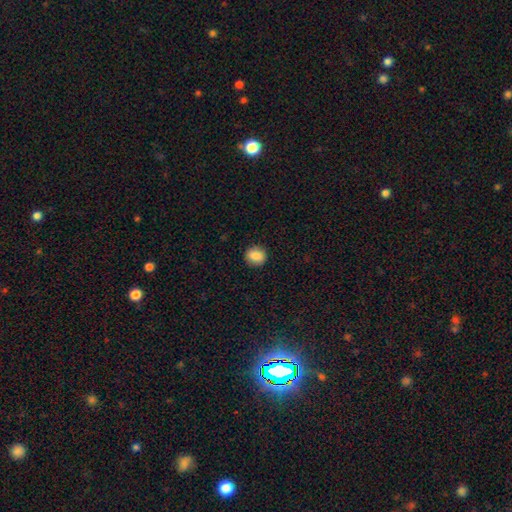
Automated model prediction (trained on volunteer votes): smooth_or_featured: smooth (p=0.87) [alt: star or artifact p=0.09]
how_rounded: round (p=0.82) [alt: in between p=0.17]
merging: none (p=0.91) [alt: minor disturbance p=0.07]